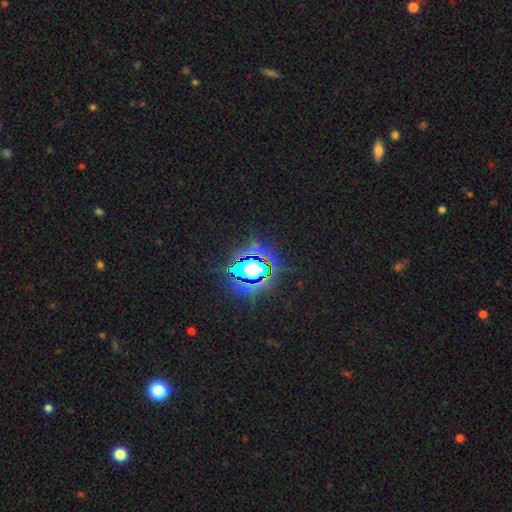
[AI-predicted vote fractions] star or artifact 81%, smooth 12%, featured or disk 7%.